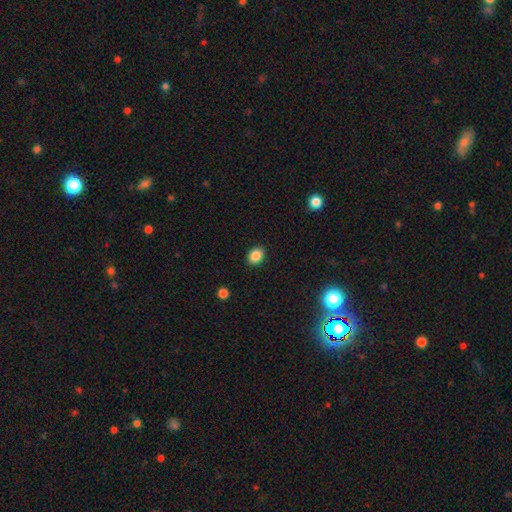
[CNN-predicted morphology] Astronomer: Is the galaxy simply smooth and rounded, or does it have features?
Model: smooth — 86%.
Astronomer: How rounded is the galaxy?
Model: in between — 57% (runner-up: round, 42%).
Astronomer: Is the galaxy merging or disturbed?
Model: none — 90%.